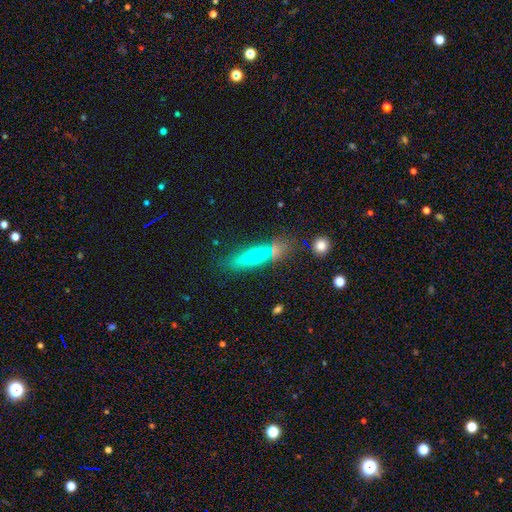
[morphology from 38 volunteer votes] A smooth galaxy with no disk features (47%, tied with featured or disk) that is in between round and cigar-shaped (50%). Merging: none (86%).